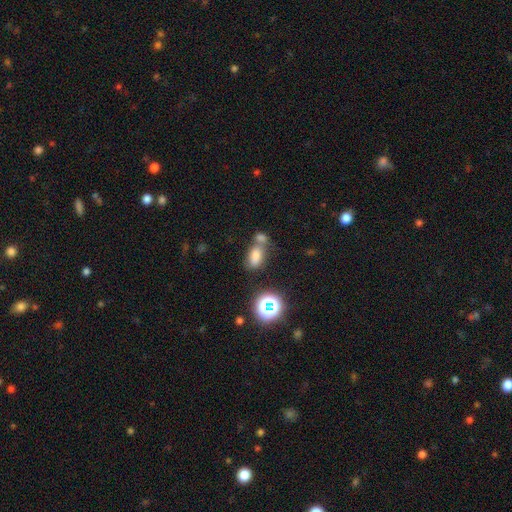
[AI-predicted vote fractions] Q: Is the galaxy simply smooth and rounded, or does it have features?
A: smooth — 74%.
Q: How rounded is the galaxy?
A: in between — 85%.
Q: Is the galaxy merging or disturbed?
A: none — 42%.